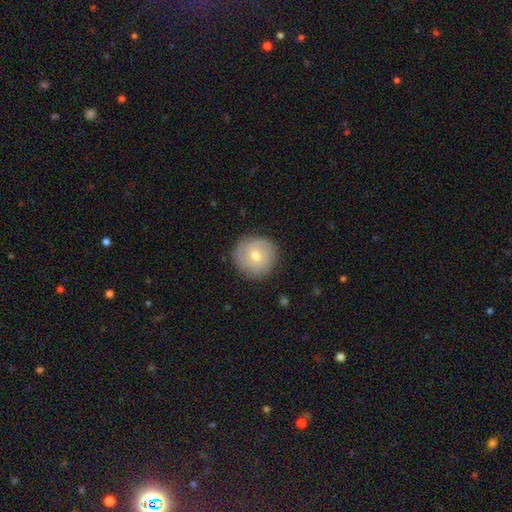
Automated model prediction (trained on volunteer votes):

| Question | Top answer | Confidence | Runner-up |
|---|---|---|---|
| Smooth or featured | smooth | 61% | featured or disk (29%) |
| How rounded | round | 95% | in between (4%) |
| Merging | none | 87% | minor disturbance (9%) |